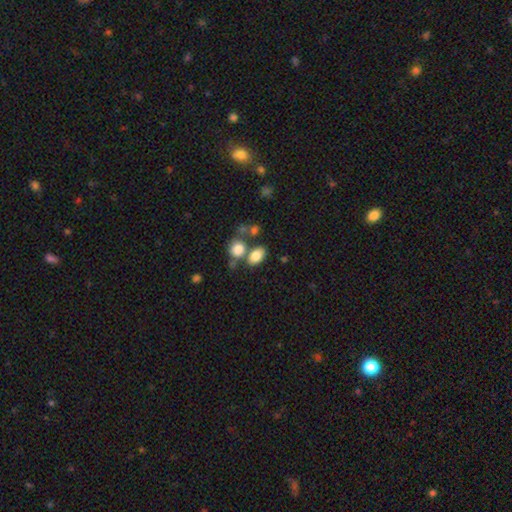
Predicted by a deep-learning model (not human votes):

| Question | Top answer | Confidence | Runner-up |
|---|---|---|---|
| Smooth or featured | smooth | 81% | star or artifact (10%) |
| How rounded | in between | 79% | round (20%) |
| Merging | none | 56% | merger (27%) |